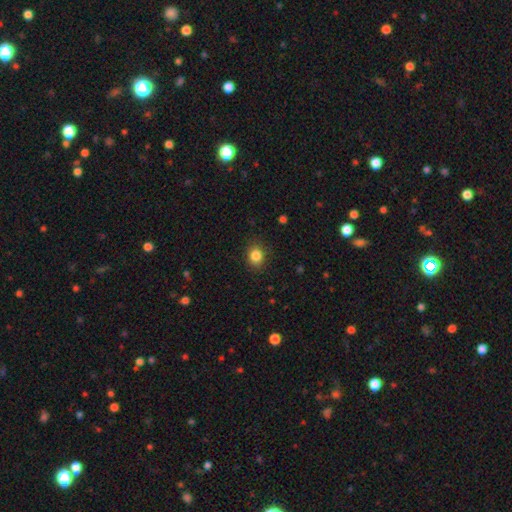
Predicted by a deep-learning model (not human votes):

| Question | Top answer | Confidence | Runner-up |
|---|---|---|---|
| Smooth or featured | smooth | 85% | star or artifact (10%) |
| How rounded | round | 63% | in between (36%) |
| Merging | none | 87% | minor disturbance (10%) |